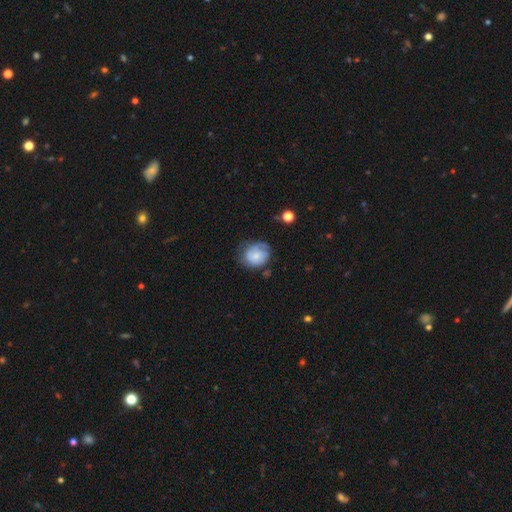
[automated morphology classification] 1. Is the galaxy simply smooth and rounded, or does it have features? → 49% smooth, 43% featured or disk, 8% star or artifact.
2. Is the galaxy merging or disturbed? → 51% none, 29% minor disturbance, 18% major disturbance, 3% merger.